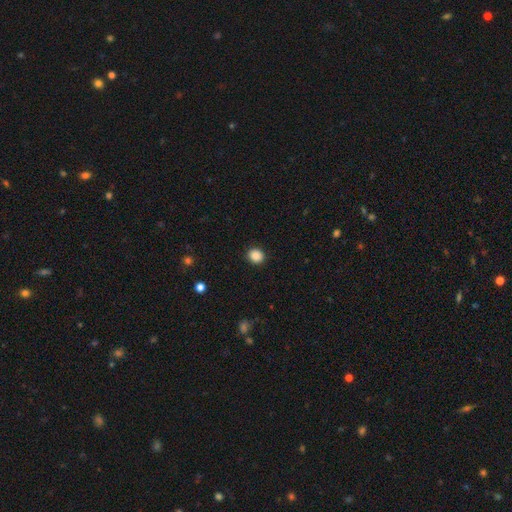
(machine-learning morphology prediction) smooth-or-featured: smooth: 88% | star or artifact: 10% | featured or disk: 3%
  how-rounded: round: 79% | in between: 20% | cigar-shaped: 1%
  merging: none: 91% | minor disturbance: 6% | major disturbance: 2% | merger: 1%